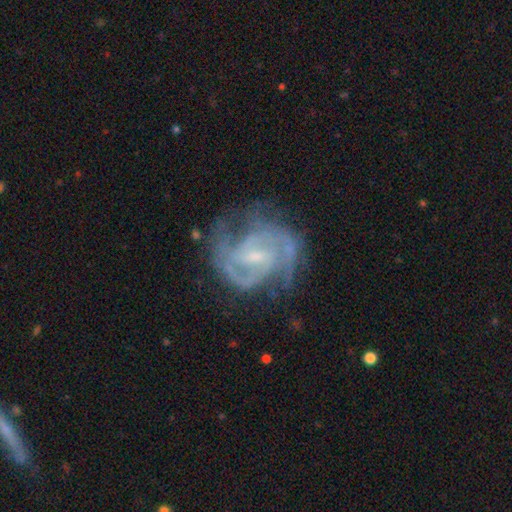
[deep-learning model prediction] Overall: featured or disk (90%). Edge-on disk: no (98%). Bar: weak (58%; strong 21%). Spiral arms: yes (97%). Spiral arm count: 2 (56%; 3 21%). Spiral winding: medium (46%, tied with tight). Bulge size: small (58%; moderate 28%). Merging: none (66%).